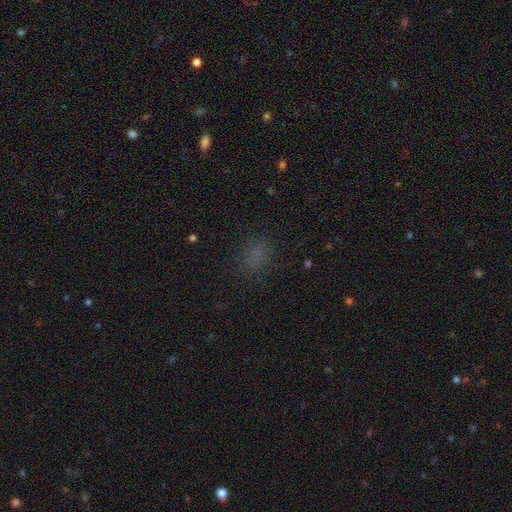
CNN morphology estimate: Smooth or featured? Predicted: smooth (p=0.72). How rounded? Predicted: in between (p=0.52). Merging? Predicted: none (p=0.81).